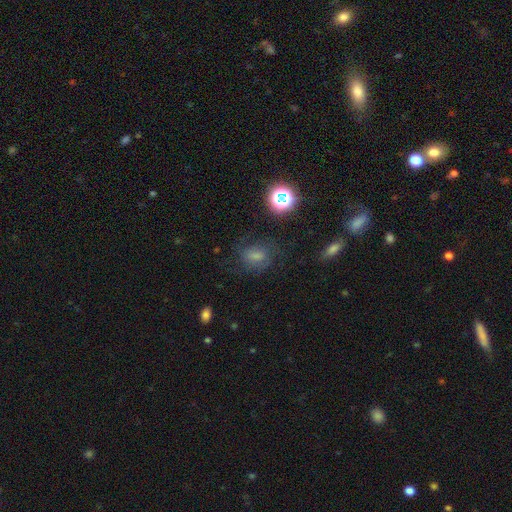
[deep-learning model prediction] smooth-or-featured: smooth: 42% | star or artifact: 31% | featured or disk: 27%
  merging: none: 71% | minor disturbance: 17% | major disturbance: 10% | merger: 2%